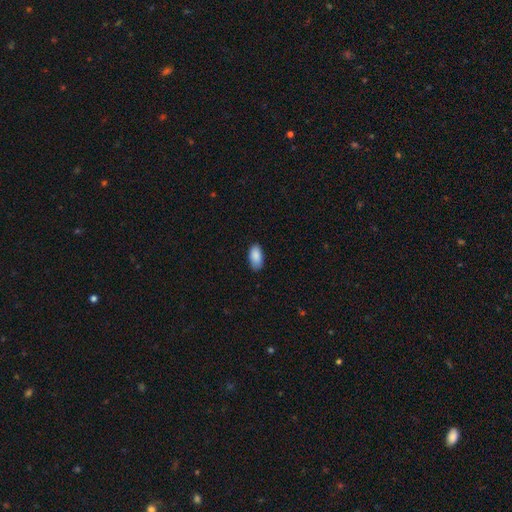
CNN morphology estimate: Smooth or featured: smooth — 89% (star or artifact — 6%)
How rounded: in between — 94% (cigar-shaped — 4%)
Merging: none — 82% (minor disturbance — 15%)